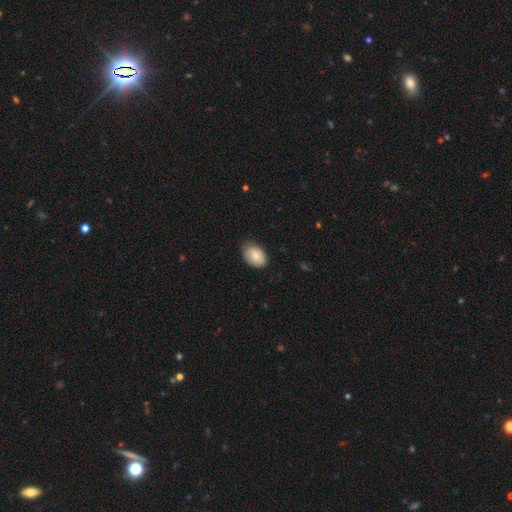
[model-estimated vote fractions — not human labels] Overall: smooth (81%). How rounded: in between (83%). Merging: none (73%).